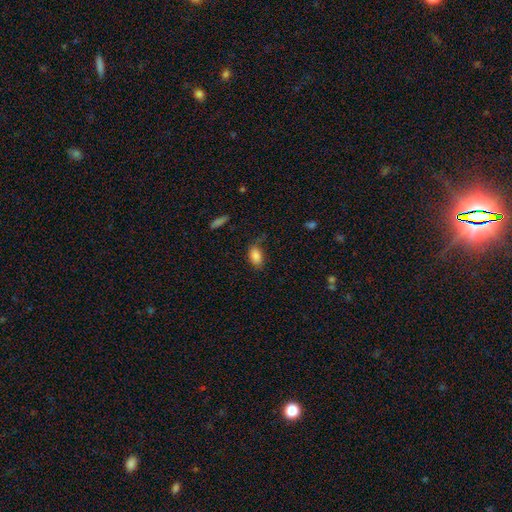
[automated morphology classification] smooth-or-featured: smooth: 86% | star or artifact: 8% | featured or disk: 6%
  how-rounded: in between: 90% | round: 7% | cigar-shaped: 2%
  merging: none: 65% | minor disturbance: 24% | major disturbance: 8% | merger: 2%